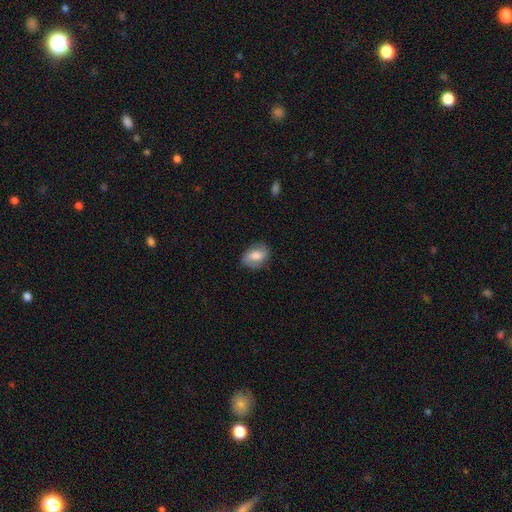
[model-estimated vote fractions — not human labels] The model was most divided on "smooth or featured": smooth: 63%, featured or disk: 29%, star or artifact: 8%. More confident: how rounded — in between (80%); merging — none (77%).